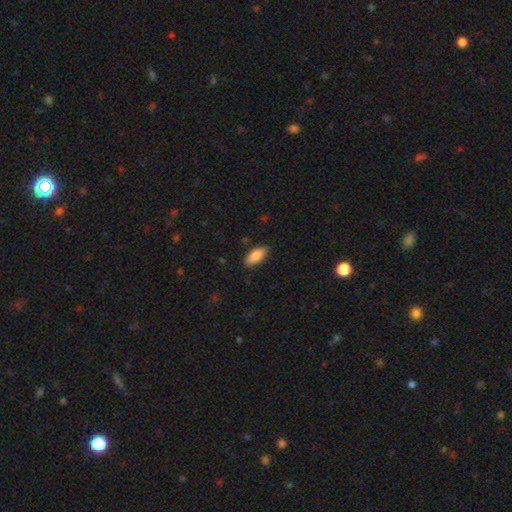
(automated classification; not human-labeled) smooth 88%, star or artifact 6%, featured or disk 6%. Down the decision tree: how rounded — in between (88%); merging — none (85%).